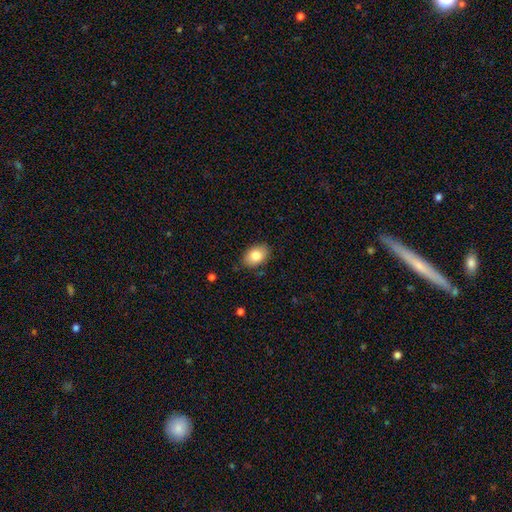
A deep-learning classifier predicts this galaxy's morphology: This is clearly a smooth galaxy (83%). How rounded: clearly in between (86%). Merging: clearly none (84%).